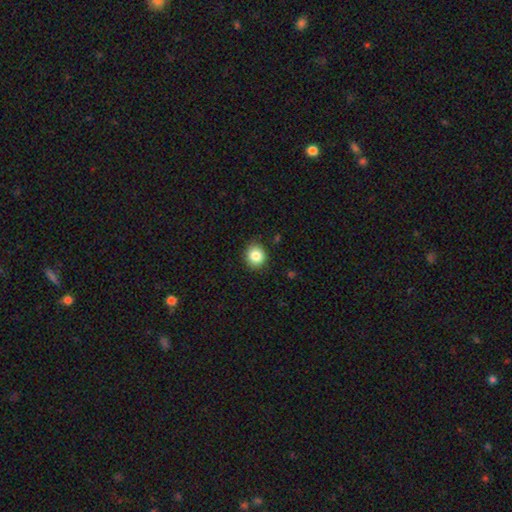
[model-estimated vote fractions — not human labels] Q: Smooth or featured?
A: smooth (85%); runner-up: star or artifact (10%)
Q: How rounded?
A: round (84%); runner-up: in between (15%)
Q: Merging?
A: none (87%); runner-up: minor disturbance (10%)